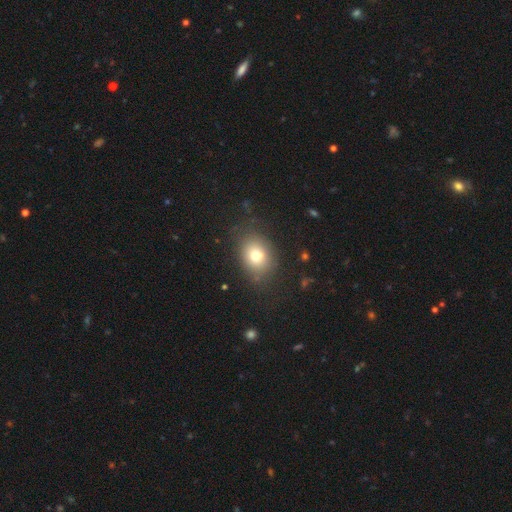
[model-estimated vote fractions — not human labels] Smooth or featured? smooth (73%)
How rounded? in between (54%)
Merging? none (73%)